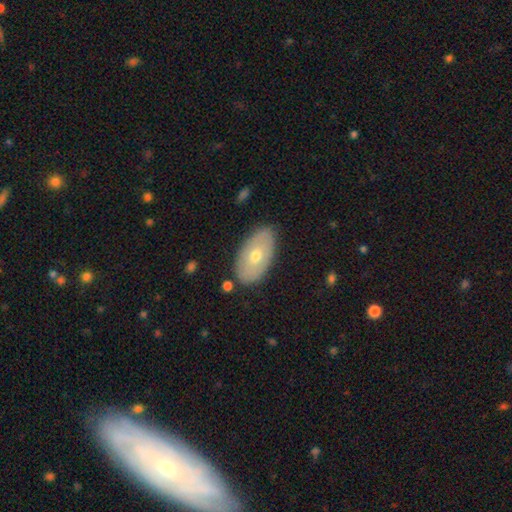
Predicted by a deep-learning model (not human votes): Smooth or featured? Predicted: smooth (p=0.56). How rounded? Predicted: in between (p=0.93). Merging? Predicted: none (p=0.82).